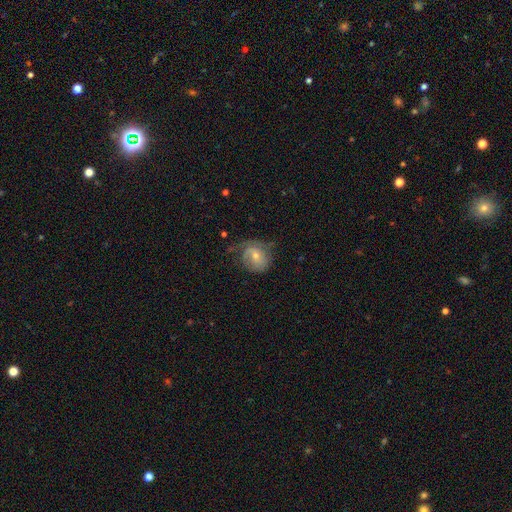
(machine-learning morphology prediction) Smooth or featured?
  - featured or disk: 67% *
  - smooth: 24%
  - star or artifact: 9%
Edge-on disk?
  - no: 97% *
  - yes: 3%
Bar?
  - no: 61% *
  - weak: 31%
  - strong: 8%
Spiral arms?
  - yes: 86% *
  - no: 14%
Spiral winding?
  - tight: 50% *
  - medium: 33%
  - loose: 17%
Spiral arm count?
  - 2: 36% *
  - can't tell: 27%
  - 1: 25%
  - 3: 8%
  - 4: 2%
  - more than 4: 2%
Bulge size?
  - moderate: 49% *
  - small: 47%
  - large: 2%
  - none: 1%
  - dominant: 1%
Merging?
  - none: 57% *
  - minor disturbance: 23%
  - major disturbance: 18%
  - merger: 2%